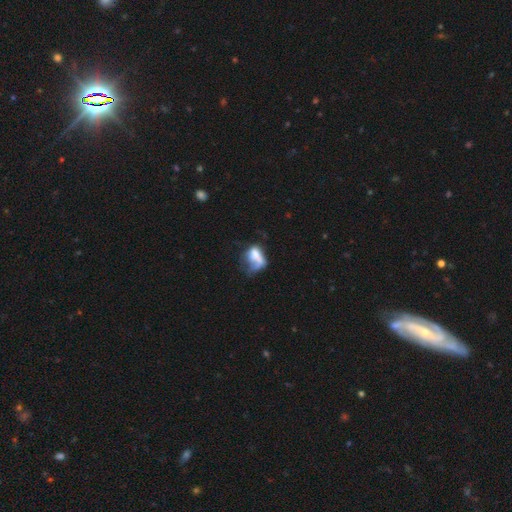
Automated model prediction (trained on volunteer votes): smooth-or-featured: smooth: 47% | featured or disk: 42% | star or artifact: 11%
  merging: major disturbance: 41% | merger: 26% | none: 18% | minor disturbance: 15%